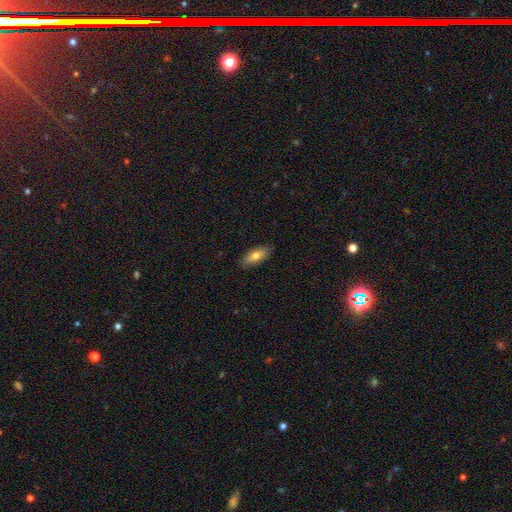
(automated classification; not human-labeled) A smooth galaxy with no disk features (72%) that is in between round and cigar-shaped (74%). Merging: none (88%).